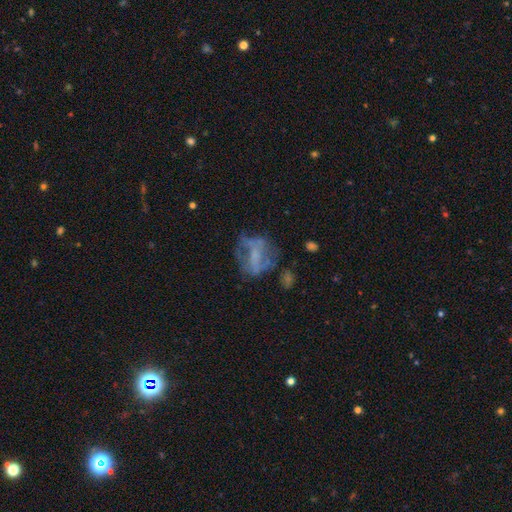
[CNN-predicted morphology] Smooth or featured? Predicted: featured or disk (p=0.58). Edge-on disk? Predicted: no (p=0.96). Bar? Predicted: no (p=0.56). Spiral arms? Predicted: no (p=0.65). Bulge size? Predicted: none (p=0.51). Merging? Predicted: none (p=0.47).